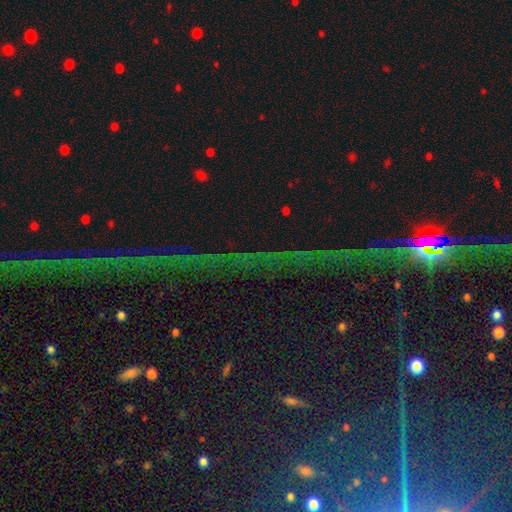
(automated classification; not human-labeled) Smooth or featured? star or artifact (81%)